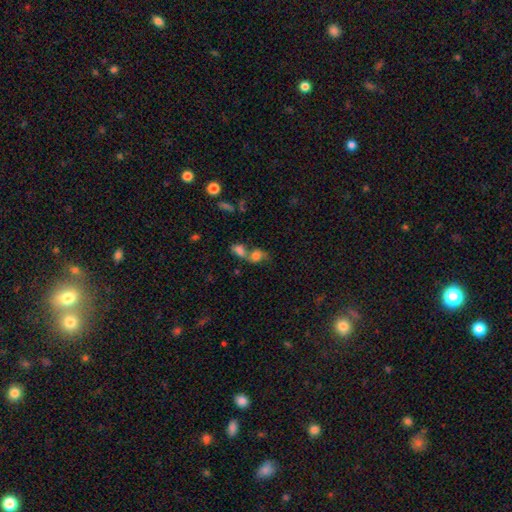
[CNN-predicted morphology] smooth-or-featured: smooth: 65% | featured or disk: 21% | star or artifact: 14%
  how-rounded: in between: 55% | round: 42% | cigar-shaped: 3%
  merging: merger: 60% | none: 23% | minor disturbance: 9% | major disturbance: 8%